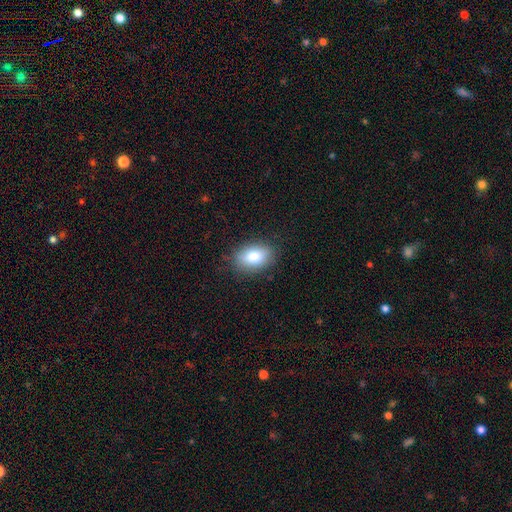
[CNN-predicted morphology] This is clearly a smooth galaxy (81%). How rounded: clearly in between (84%). Merging: clearly none (83%).